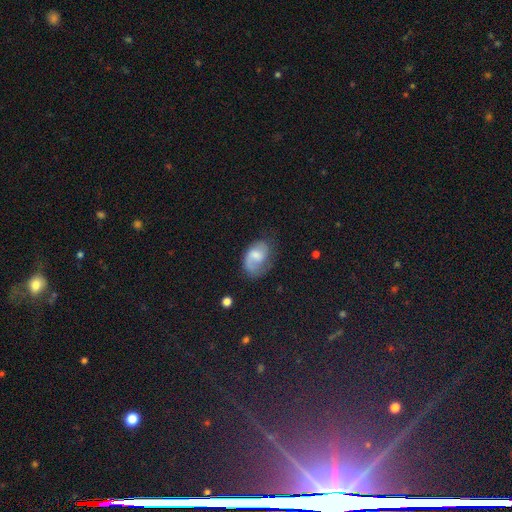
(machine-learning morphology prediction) Overall: featured or disk (56%; smooth 35%). Edge-on disk: no (97%). Bar: no (51%; weak 42%). Spiral arms: yes (87%). Bulge size: moderate (39%; small 33%). Merging: none (53%; minor disturbance 26%).